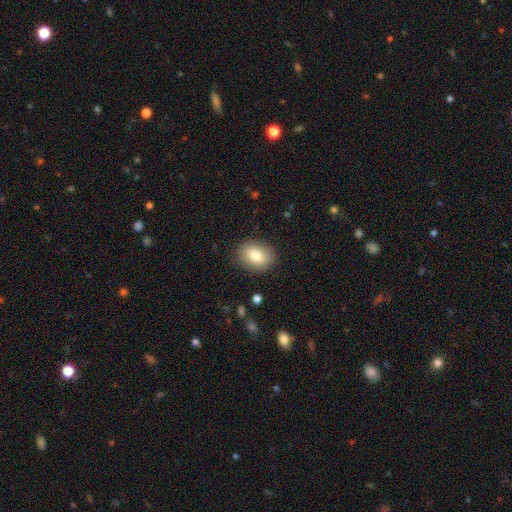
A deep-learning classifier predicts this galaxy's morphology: Smooth or featured? smooth (78%)
How rounded? in between (70%)
Merging? none (86%)